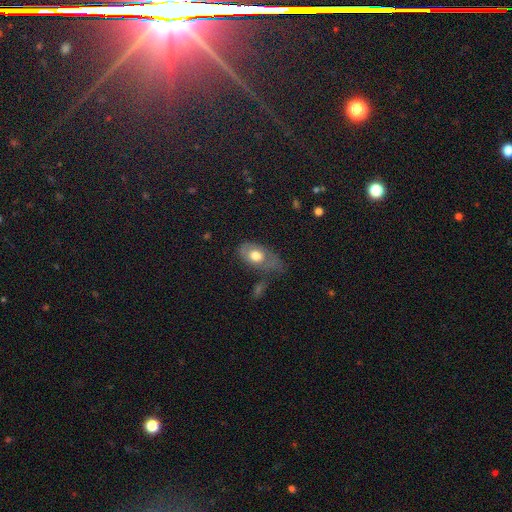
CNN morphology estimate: Smooth or featured? smooth (63%)
How rounded? in between (85%)
Merging? none (37%)